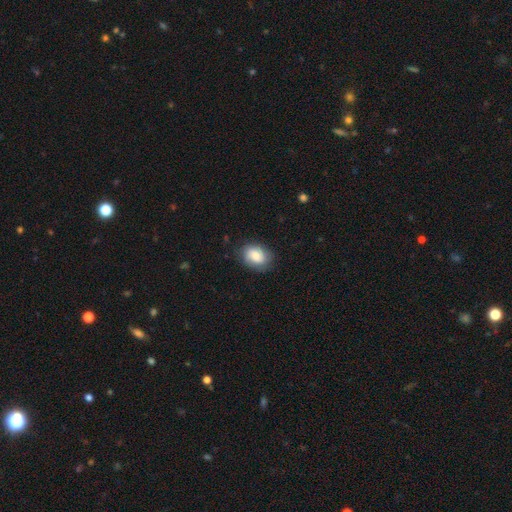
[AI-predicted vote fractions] Q: Smooth or featured?
A: smooth (74%); runner-up: featured or disk (18%)
Q: How rounded?
A: in between (70%); runner-up: round (29%)
Q: Merging?
A: none (76%); runner-up: minor disturbance (18%)